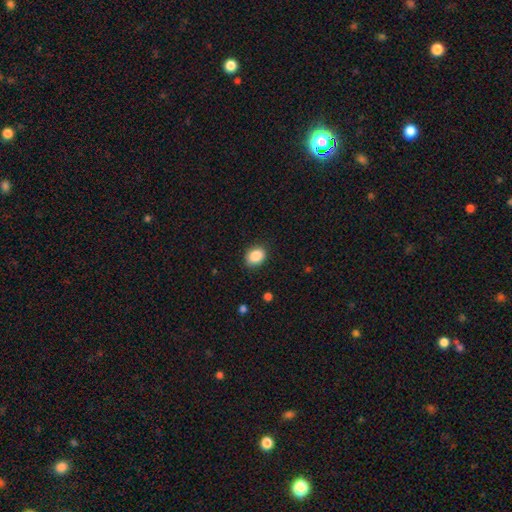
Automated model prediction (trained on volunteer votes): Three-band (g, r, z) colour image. It shows a smooth galaxy with no disk features (88%) that is in between round and cigar-shaped (62%). Merging: none (87%).